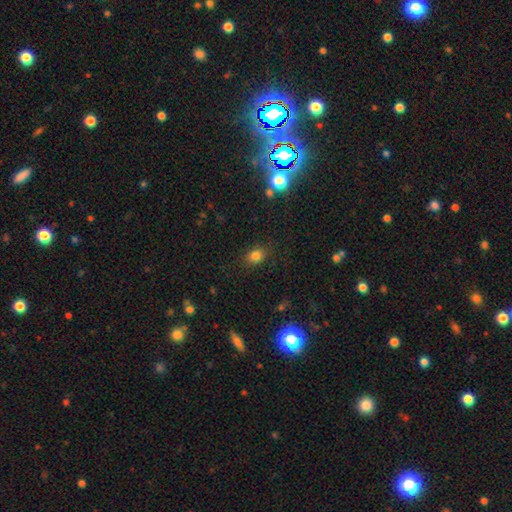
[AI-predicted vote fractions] Overall: smooth (79%). How rounded: in between (58%; round 41%). Merging: none (83%).